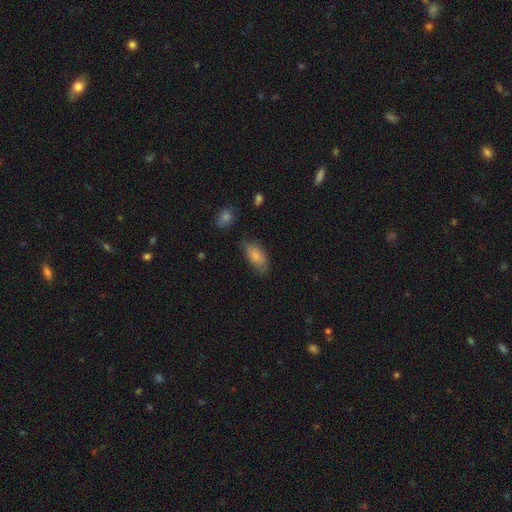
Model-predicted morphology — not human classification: A smooth galaxy with no disk features (83%) that is in between round and cigar-shaped (91%).

Vote fractions:
- Smooth or featured? smooth: 83% / featured or disk: 10% / star or artifact: 7%
- How rounded? in between: 91% / cigar-shaped: 6% / round: 3%
- Merging? none: 69% / minor disturbance: 23% / major disturbance: 6% / merger: 3%